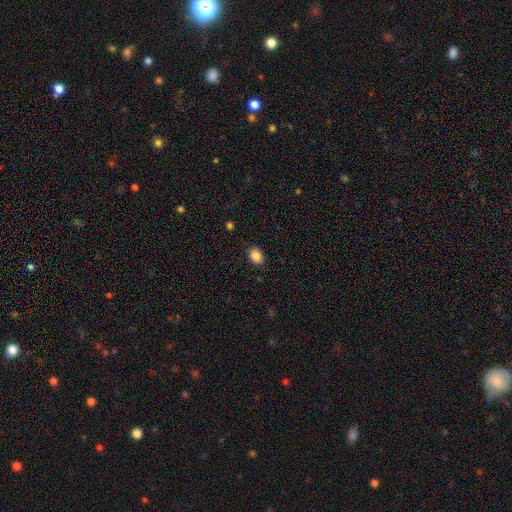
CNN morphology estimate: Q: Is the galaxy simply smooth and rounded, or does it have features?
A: smooth — 87%.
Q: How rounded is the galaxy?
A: in between — 69%.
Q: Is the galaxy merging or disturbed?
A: none — 88%.